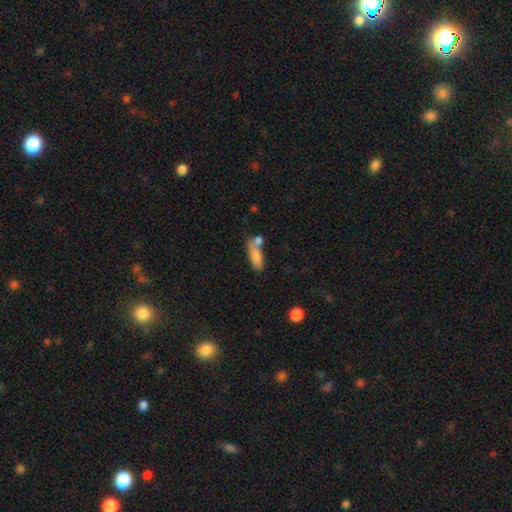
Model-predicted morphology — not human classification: A smooth galaxy with no disk features (79%) that is in between round and cigar-shaped (67%). Merging: merger (41%).